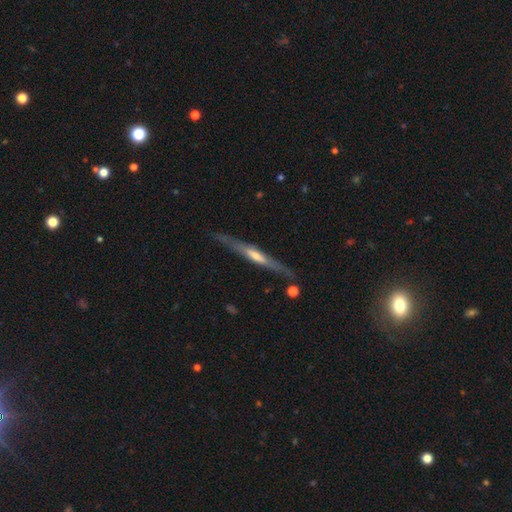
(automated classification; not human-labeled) Smooth or featured? featured or disk (72%)
Edge-on disk? yes (94%)
Edge-on bulge? rounded (46%)
Merging? none (82%)